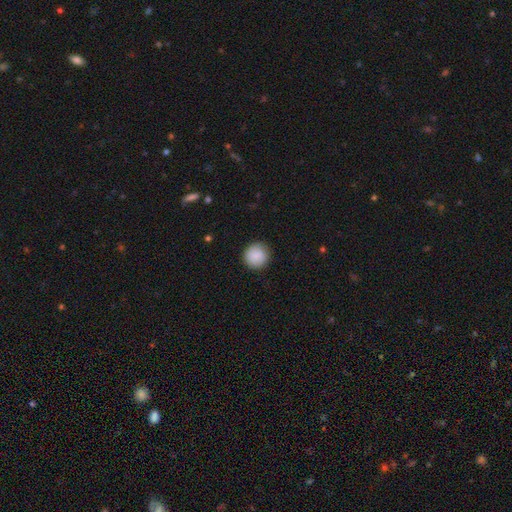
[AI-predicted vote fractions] smooth_or_featured: smooth (p=0.88) [alt: star or artifact p=0.07]
how_rounded: round (p=0.95) [alt: in between p=0.04]
merging: none (p=0.90) [alt: minor disturbance p=0.07]